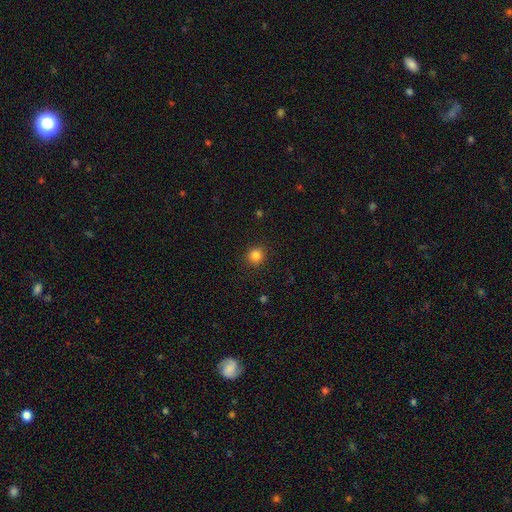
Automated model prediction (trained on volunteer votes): The model was most divided on "smooth or featured": smooth: 84%, star or artifact: 12%, featured or disk: 4%. More confident: how rounded — round (92%); merging — none (91%).